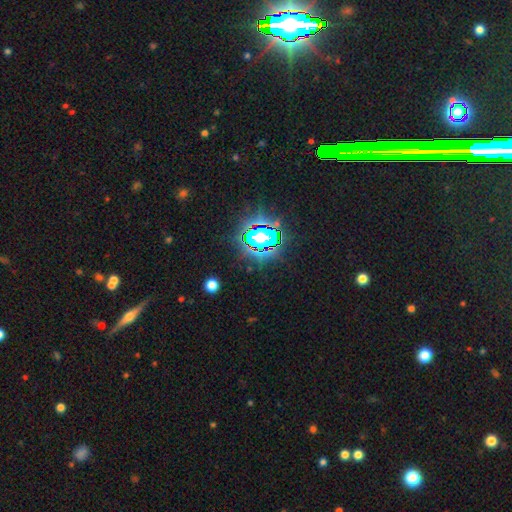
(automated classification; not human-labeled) This is clearly a star or artifact rather than a galaxy (82%).